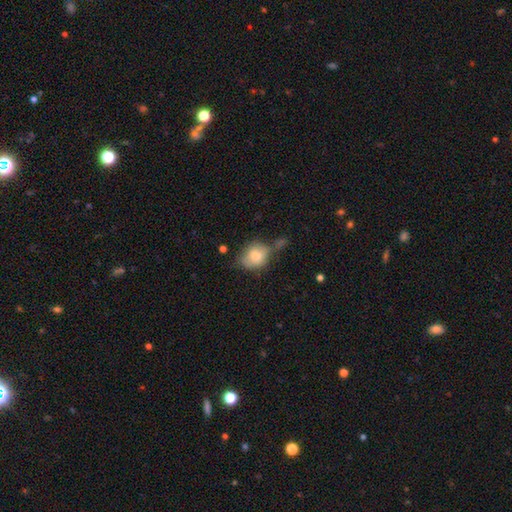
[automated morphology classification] smooth_or_featured: smooth (p=0.74) [alt: featured or disk p=0.18]
how_rounded: in between (p=0.52) [alt: round p=0.46]
merging: none (p=0.44) [alt: minor disturbance p=0.28]